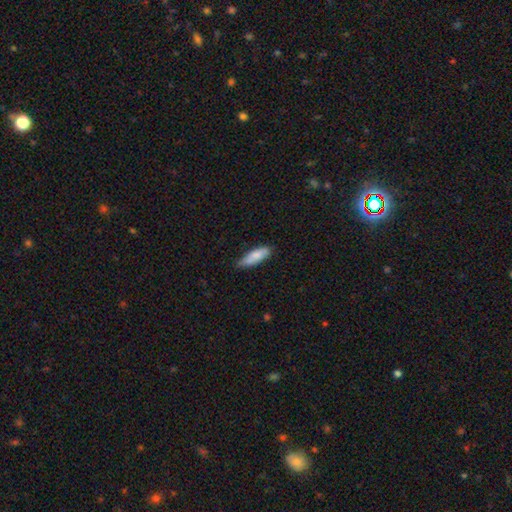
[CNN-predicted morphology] A smooth galaxy with no disk features (80%) that is in between round and cigar-shaped (54%).

Vote fractions:
- Smooth or featured? smooth: 80% / featured or disk: 14% / star or artifact: 6%
- How rounded? in between: 54% / cigar-shaped: 44% / round: 2%
- Merging? none: 61% / minor disturbance: 33% / major disturbance: 4% / merger: 2%